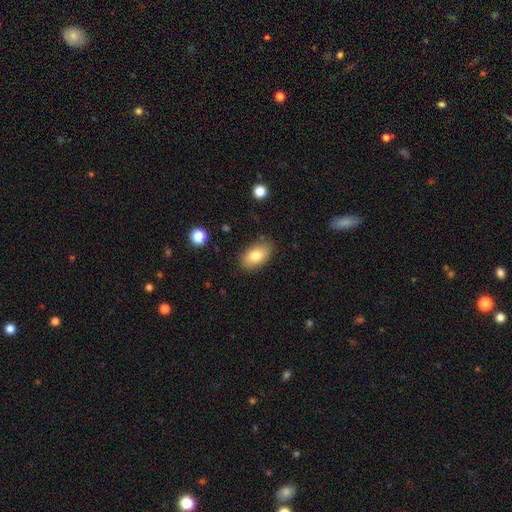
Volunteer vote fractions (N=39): Volunteers were most divided on "merging": none: 78%, minor disturbance: 14%, major disturbance: 6%, merger: 3%. More confident: how rounded — in between (94%); smooth or featured — smooth (87%).